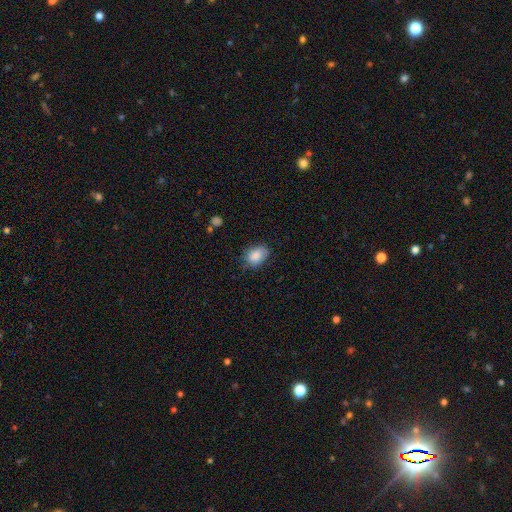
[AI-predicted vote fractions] Smooth or featured: smooth — 86% (star or artifact — 8%)
How rounded: in between — 81% (round — 18%)
Merging: none — 71% (minor disturbance — 23%)